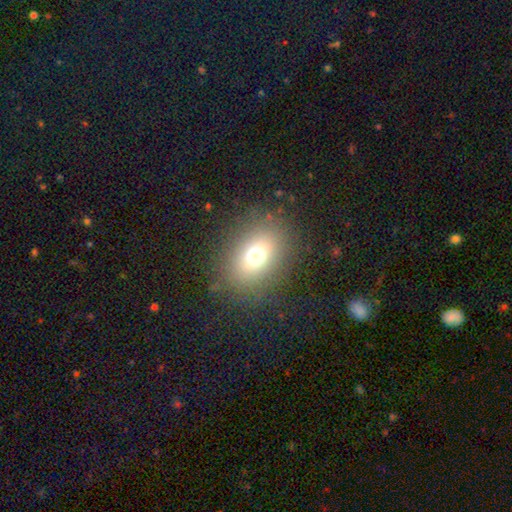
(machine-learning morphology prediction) A smooth galaxy with no disk features (69%) that is in between round and cigar-shaped (60%).

Vote fractions:
- Smooth or featured? smooth: 69% / star or artifact: 17% / featured or disk: 14%
- How rounded? in between: 60% / round: 38% / cigar-shaped: 2%
- Merging? none: 83% / minor disturbance: 9% / major disturbance: 6% / merger: 1%